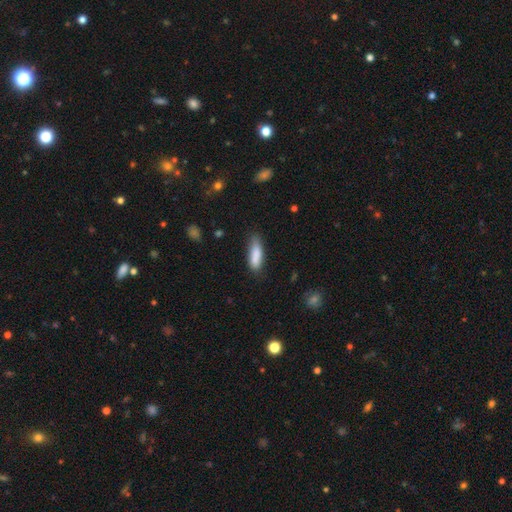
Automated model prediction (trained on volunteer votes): Smooth or featured? smooth (84%)
How rounded? cigar-shaped (54%)
Merging? none (68%)